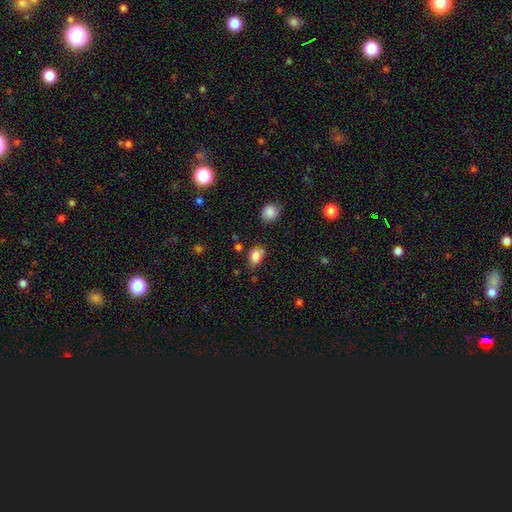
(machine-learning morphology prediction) The model was most divided on "merging": none: 61%, minor disturbance: 28%, major disturbance: 6%, merger: 5%. More confident: smooth or featured — smooth (84%); how rounded — in between (78%).